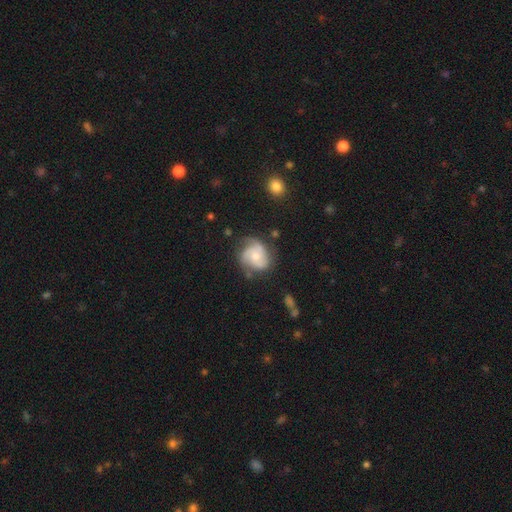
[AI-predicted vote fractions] smooth_or_featured: featured or disk (p=0.73) [alt: smooth p=0.21]
disk_edge_on: no (p=0.98) [alt: yes p=0.02]
bar: no (p=0.75) [alt: weak p=0.21]
has_spiral_arms: yes (p=0.93) [alt: no p=0.07]
spiral_winding: medium (p=0.45) [alt: tight p=0.39]
spiral_arm_count: 3 (p=0.54) [alt: 2 p=0.19]
bulge_size: moderate (p=0.52) [alt: small p=0.42]
merging: none (p=0.62) [alt: minor disturbance p=0.24]